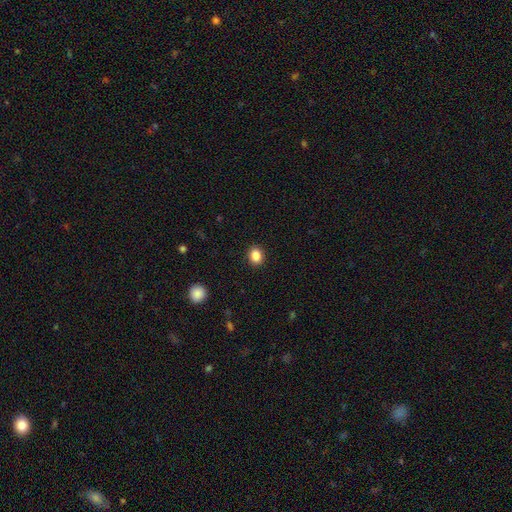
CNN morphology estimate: Smooth or featured?
  - smooth: 86% *
  - star or artifact: 10%
  - featured or disk: 4%
How rounded?
  - round: 58% *
  - in between: 41%
  - cigar-shaped: 1%
Merging?
  - none: 91% *
  - minor disturbance: 6%
  - major disturbance: 2%
  - merger: 1%